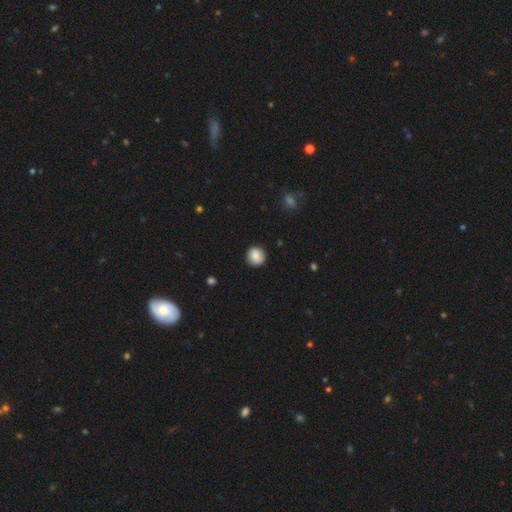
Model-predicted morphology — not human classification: The model was most divided on "smooth or featured": smooth: 84%, star or artifact: 8%, featured or disk: 8%. More confident: how rounded — round (91%); merging — none (88%).